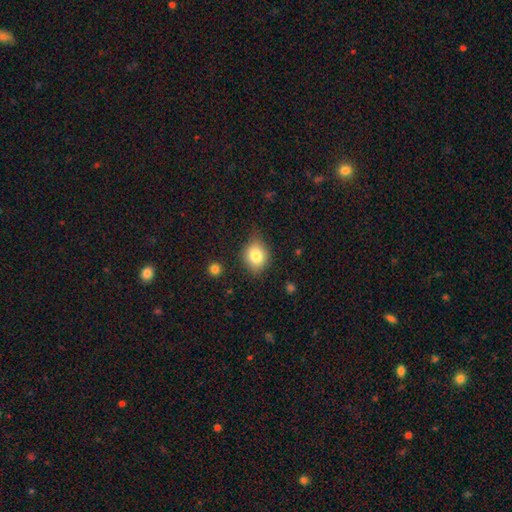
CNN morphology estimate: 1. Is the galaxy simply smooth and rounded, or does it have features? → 80% smooth, 10% featured or disk, 9% star or artifact.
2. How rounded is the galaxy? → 52% round, 47% in between, 1% cigar-shaped.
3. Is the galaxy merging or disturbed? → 73% none, 21% minor disturbance, 4% major disturbance, 2% merger.